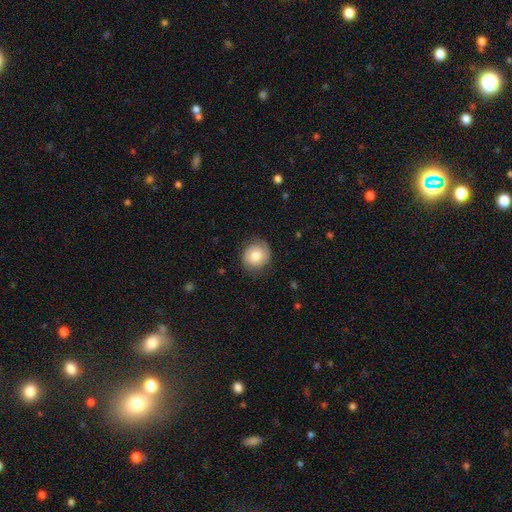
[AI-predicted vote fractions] Smooth or featured: smooth — 67% (featured or disk — 26%)
How rounded: round — 85% (in between — 14%)
Merging: none — 78% (minor disturbance — 17%)